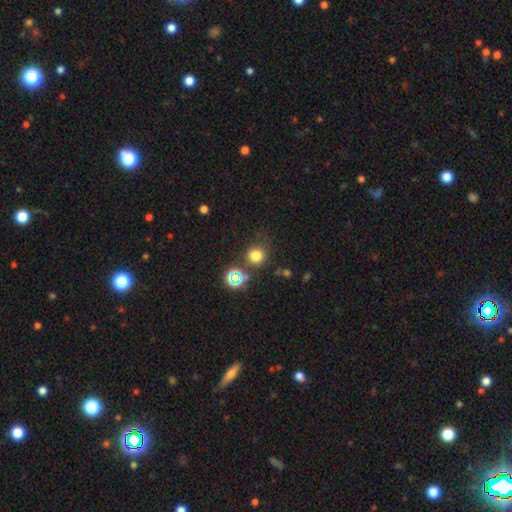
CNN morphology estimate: Smooth or featured?
  - smooth: 73% *
  - star or artifact: 21%
  - featured or disk: 6%
How rounded?
  - round: 89% *
  - in between: 10%
  - cigar-shaped: 1%
Merging?
  - none: 73% *
  - minor disturbance: 13%
  - merger: 9%
  - major disturbance: 6%